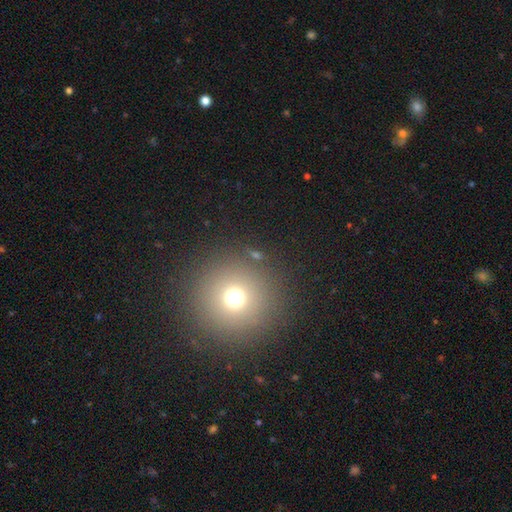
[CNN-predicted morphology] type=smooth (67%); roundness=round (95%); merging=none (87%).